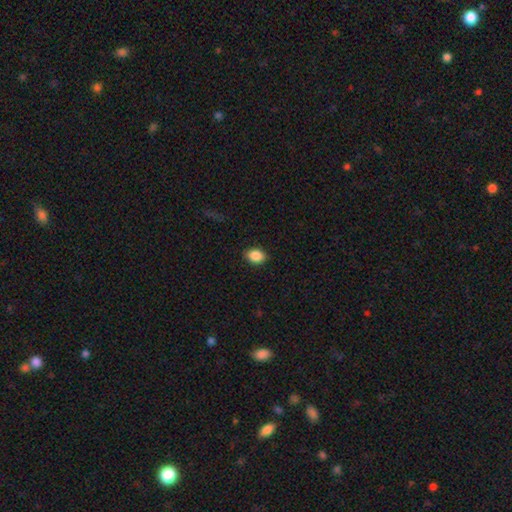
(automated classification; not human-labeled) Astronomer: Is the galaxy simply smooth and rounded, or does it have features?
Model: smooth — 88%.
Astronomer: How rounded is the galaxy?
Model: in between — 73%.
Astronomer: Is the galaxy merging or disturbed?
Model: none — 88%.